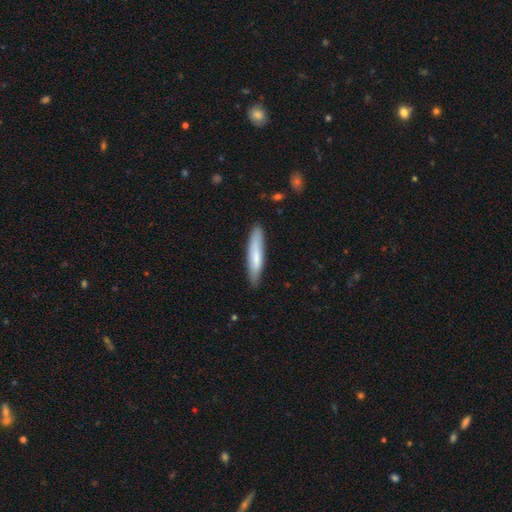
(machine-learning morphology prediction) The model was most divided on "smooth or featured": smooth: 73%, featured or disk: 22%, star or artifact: 5%. More confident: how rounded — cigar-shaped (85%); merging — none (85%).